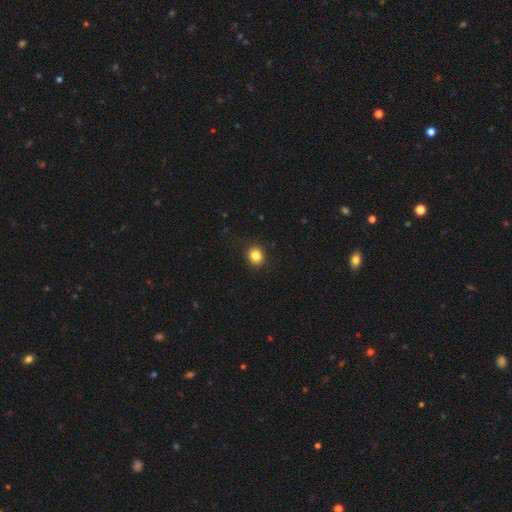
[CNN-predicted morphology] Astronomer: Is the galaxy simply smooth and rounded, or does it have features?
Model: smooth — 84%.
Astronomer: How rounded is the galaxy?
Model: round — 80%.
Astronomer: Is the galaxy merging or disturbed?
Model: none — 90%.